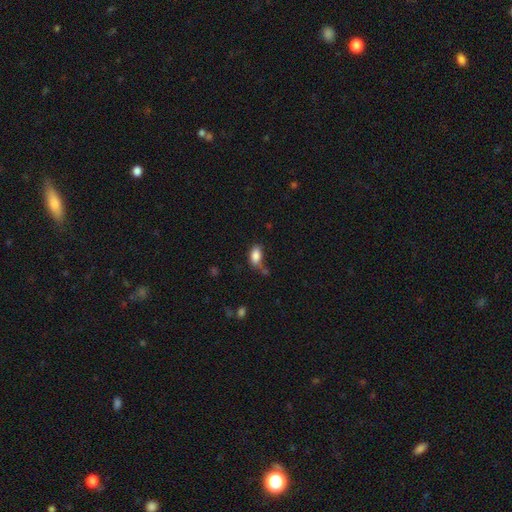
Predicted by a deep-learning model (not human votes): Q: Smooth or featured?
A: smooth (86%); runner-up: star or artifact (8%)
Q: How rounded?
A: in between (91%); runner-up: round (6%)
Q: Merging?
A: none (56%); runner-up: minor disturbance (24%)